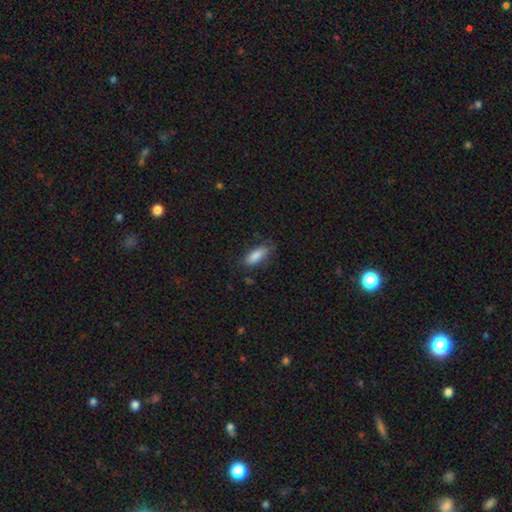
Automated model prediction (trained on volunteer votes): Q: Smooth or featured?
A: smooth (85%); runner-up: featured or disk (8%)
Q: How rounded?
A: in between (75%); runner-up: cigar-shaped (23%)
Q: Merging?
A: none (73%); runner-up: minor disturbance (20%)